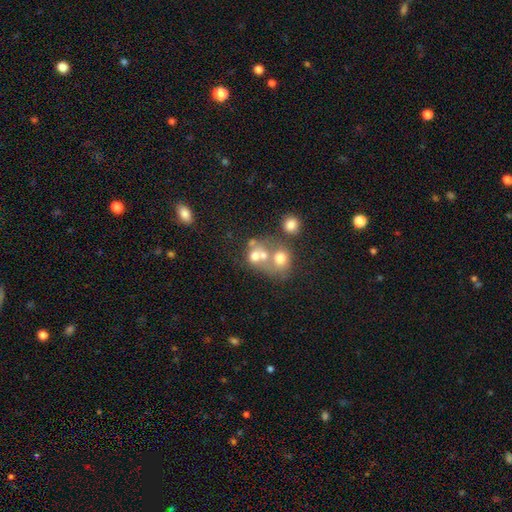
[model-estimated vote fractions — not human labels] This is possibly a smooth galaxy (59%). How rounded: likely round (69%). Merging: possibly merger (57%).